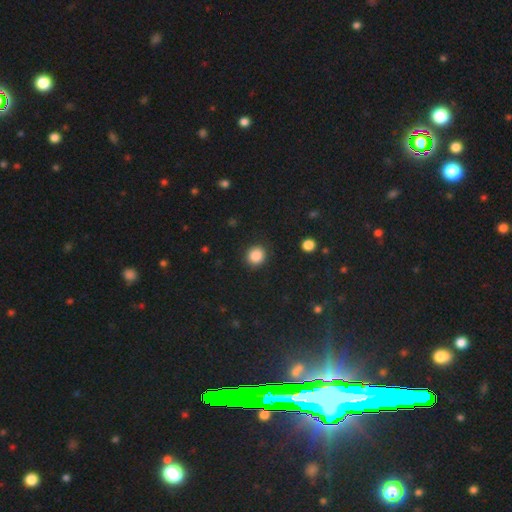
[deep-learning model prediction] smooth 87%, star or artifact 10%, featured or disk 3%. Down the decision tree: how rounded — round (88%); merging — none (90%).